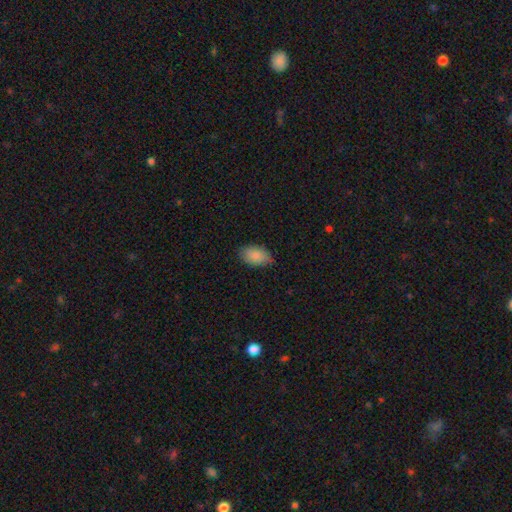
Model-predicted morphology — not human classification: Smooth or featured: smooth — 87% (star or artifact — 7%)
How rounded: in between — 92% (round — 6%)
Merging: none — 77% (minor disturbance — 19%)